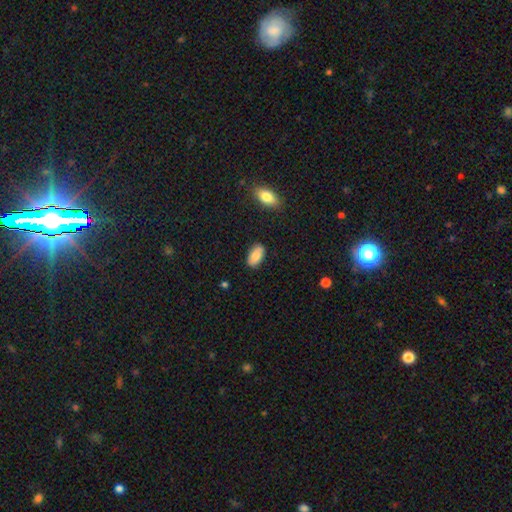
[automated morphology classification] A smooth galaxy with no disk features (85%) that is in between round and cigar-shaped (94%). Merging: none (85%).